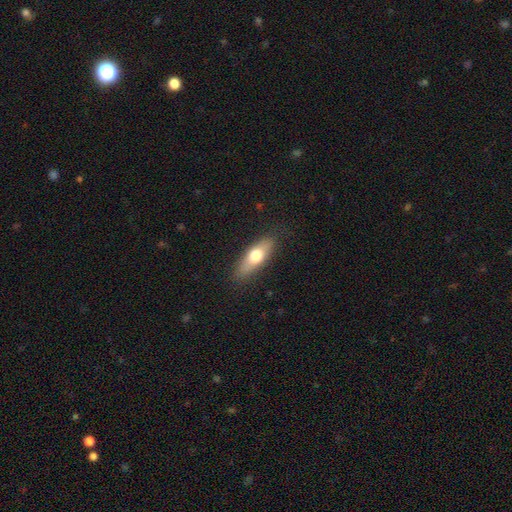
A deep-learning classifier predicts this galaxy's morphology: The model was most divided on "how rounded": in between: 59%, cigar-shaped: 38%, round: 3%. More confident: merging — none (85%); smooth or featured — smooth (65%).